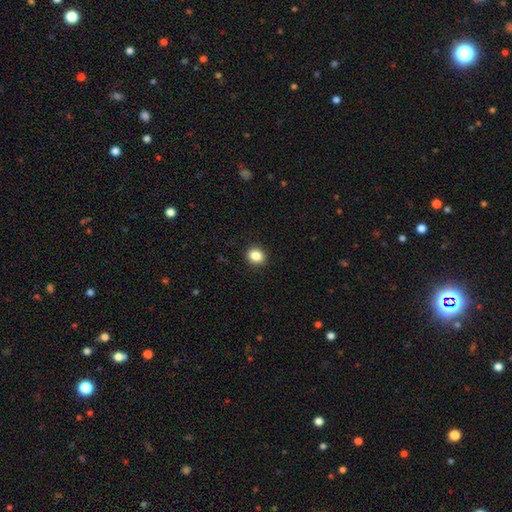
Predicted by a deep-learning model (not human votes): Q: Smooth or featured?
A: smooth (86%); runner-up: star or artifact (10%)
Q: How rounded?
A: round (68%); runner-up: in between (31%)
Q: Merging?
A: none (92%); runner-up: minor disturbance (6%)